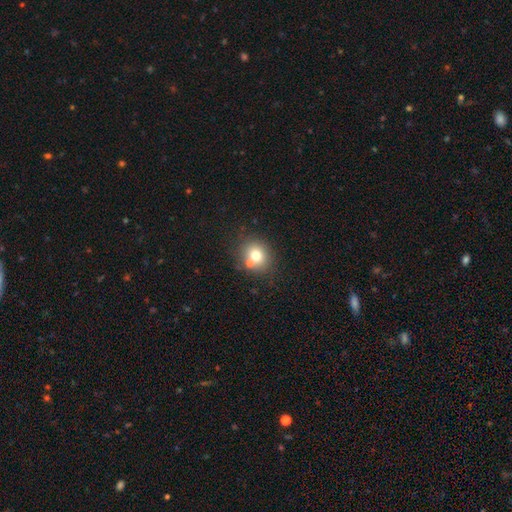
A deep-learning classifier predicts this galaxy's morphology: A smooth galaxy with no disk features (72%) that is round (73%). Merging: none (63%).